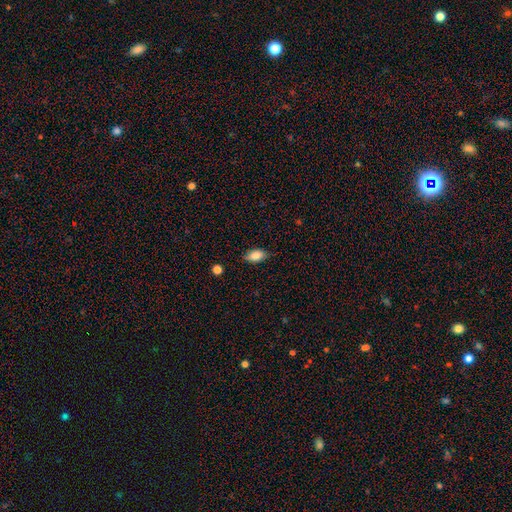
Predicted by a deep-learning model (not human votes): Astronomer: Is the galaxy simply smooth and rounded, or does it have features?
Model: smooth — 81%.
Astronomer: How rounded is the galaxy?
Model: in between — 88%.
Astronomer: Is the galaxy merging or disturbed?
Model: none — 80%.